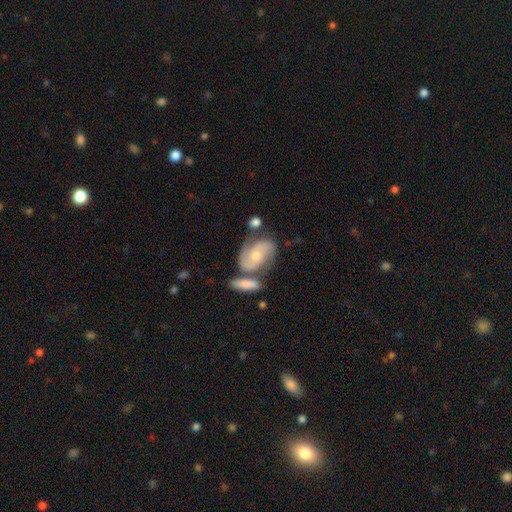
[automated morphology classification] A featured or disk galaxy (78%) with no bar (65%), 2 (84%) medium (48%) spiral arms (94%) and a small central bulge (52%).

Vote fractions:
- Smooth or featured? featured or disk: 78% / smooth: 16% / star or artifact: 6%
- Edge-on disk? no: 96% / yes: 4%
- Bar? no: 65% / weak: 29% / strong: 7%
- Spiral arms? yes: 94% / no: 6%
- Spiral winding? medium: 48% / tight: 34% / loose: 18%
- Spiral arm count? 2: 84% / can't tell: 8% / 3: 4% / 1: 2% / 4: 1% / more than 4: 1%
- Bulge size? small: 52% / moderate: 43% / none: 2% / large: 2% / dominant: 1%
- Merging? none: 51% / merger: 26% / minor disturbance: 16% / major disturbance: 7%